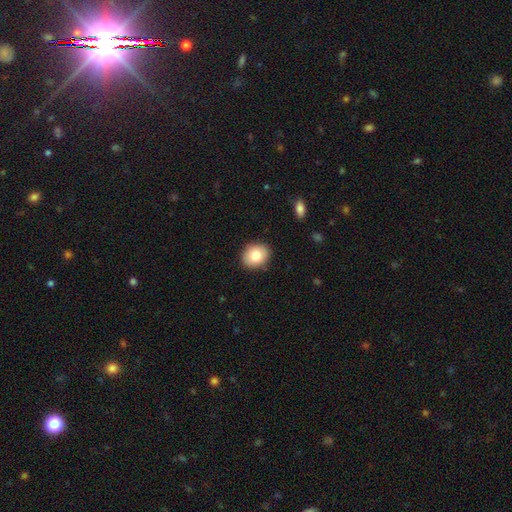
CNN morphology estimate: The model was most divided on "how rounded": round: 55%, in between: 44%, cigar-shaped: 1%. More confident: merging — none (88%); smooth or featured — smooth (80%).